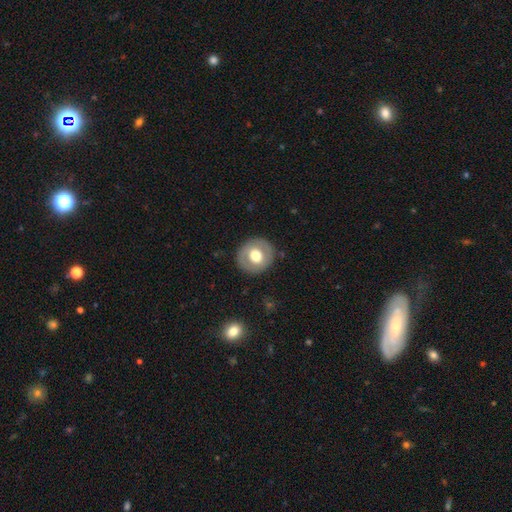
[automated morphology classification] The model was most divided on "smooth or featured": smooth: 56%, featured or disk: 38%, star or artifact: 7%. More confident: how rounded — round (89%); merging — none (87%).